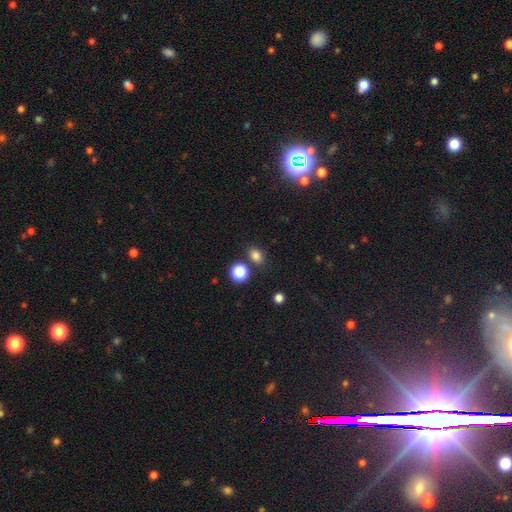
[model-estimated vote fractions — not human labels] Smooth or featured? smooth (81%)
How rounded? in between (62%)
Merging? none (78%)